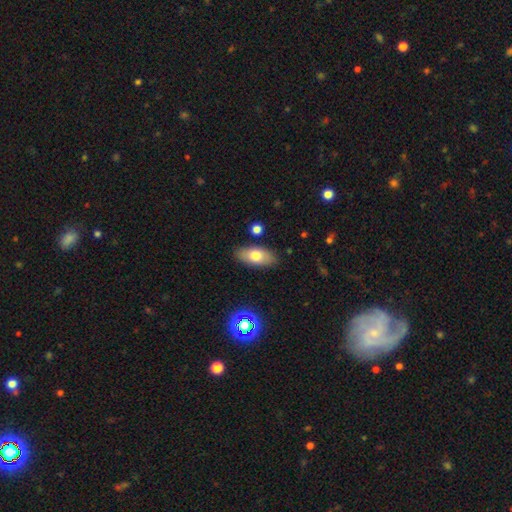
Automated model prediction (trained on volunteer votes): Overall: smooth (72%). How rounded: in between (87%). Merging: none (85%).